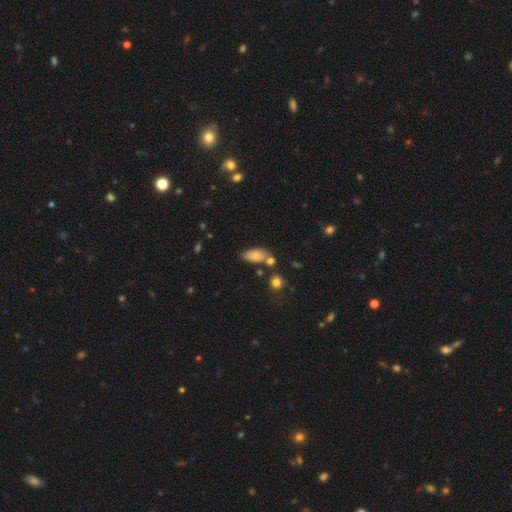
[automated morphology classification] type=smooth (80%); roundness=in between (89%); merging=none (60%).